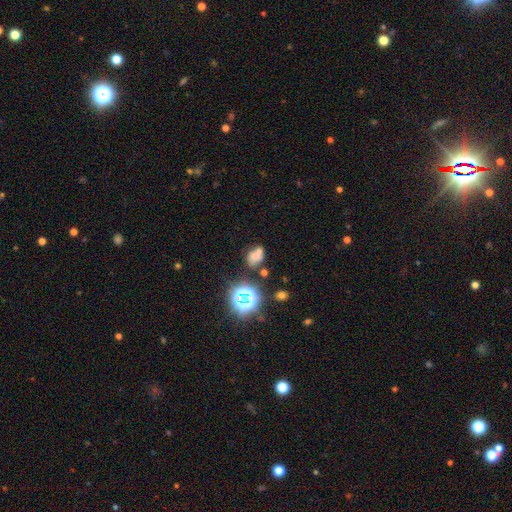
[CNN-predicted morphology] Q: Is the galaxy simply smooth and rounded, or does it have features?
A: smooth — 56%.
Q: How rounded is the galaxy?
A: in between — 56%.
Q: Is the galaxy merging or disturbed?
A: none — 41%.